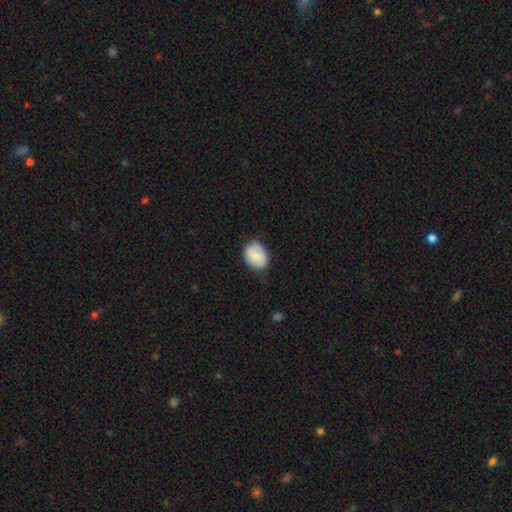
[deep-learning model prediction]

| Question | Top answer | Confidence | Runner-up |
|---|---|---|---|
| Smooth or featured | smooth | 78% | featured or disk (16%) |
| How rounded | in between | 62% | round (37%) |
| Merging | none | 70% | minor disturbance (24%) |